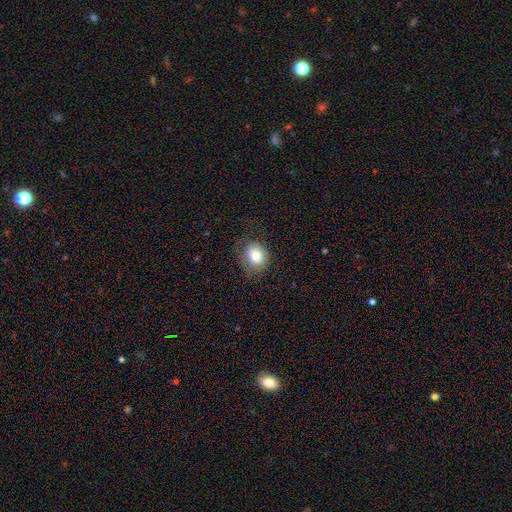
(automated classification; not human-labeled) Overall: smooth (79%). How rounded: round (59%; in between 40%). Merging: none (72%).